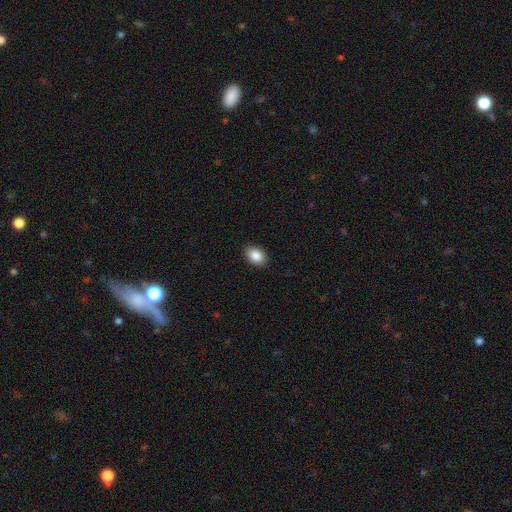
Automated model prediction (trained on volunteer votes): A smooth galaxy with no disk features (88%) that is in between round and cigar-shaped (83%). Merging: none (89%).